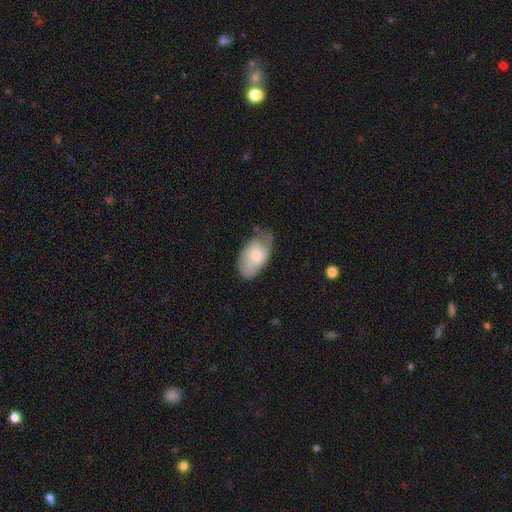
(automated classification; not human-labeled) Smooth or featured?
  - smooth: 57% *
  - featured or disk: 36%
  - star or artifact: 6%
How rounded?
  - in between: 92% *
  - round: 5%
  - cigar-shaped: 2%
Merging?
  - none: 56% *
  - minor disturbance: 32%
  - major disturbance: 10%
  - merger: 2%